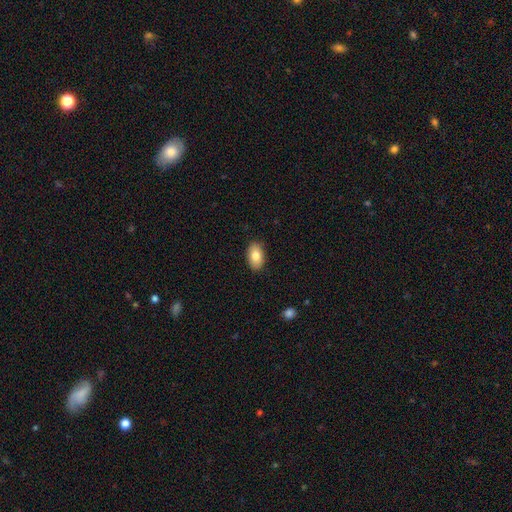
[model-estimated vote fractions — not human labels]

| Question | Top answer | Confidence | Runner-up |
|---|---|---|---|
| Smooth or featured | smooth | 81% | featured or disk (12%) |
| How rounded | in between | 91% | round (7%) |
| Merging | none | 89% | minor disturbance (8%) |